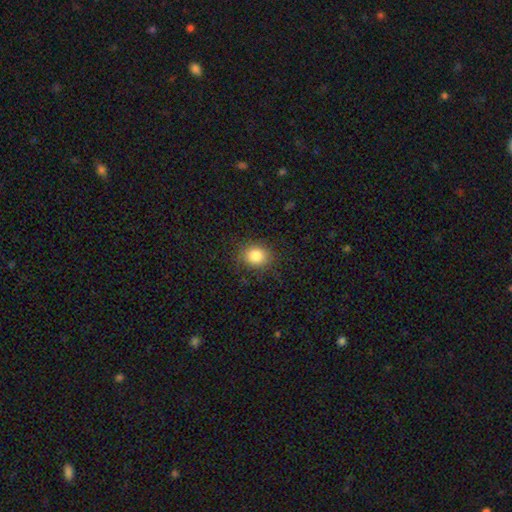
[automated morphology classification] Smooth or featured? smooth (84%)
How rounded? round (69%)
Merging? none (85%)